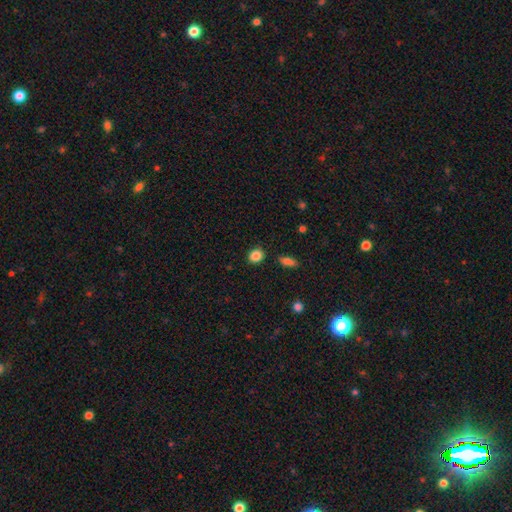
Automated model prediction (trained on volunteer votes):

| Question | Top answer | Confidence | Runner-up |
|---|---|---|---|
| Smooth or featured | smooth | 87% | star or artifact (9%) |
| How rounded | round | 60% | in between (38%) |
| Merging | none | 88% | minor disturbance (8%) |